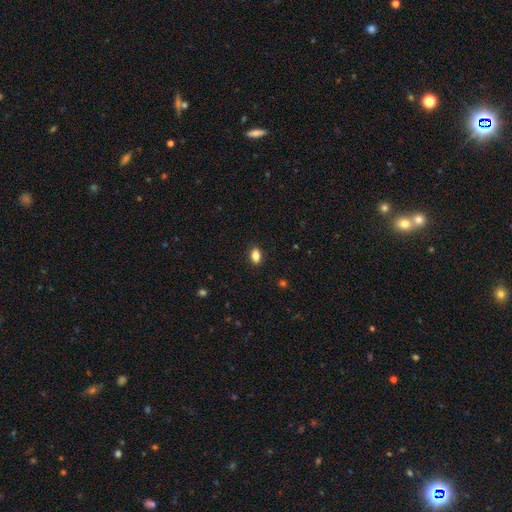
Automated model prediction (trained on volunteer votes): smooth 84%, star or artifact 9%, featured or disk 6%. Down the decision tree: how rounded — in between (85%); merging — none (89%).